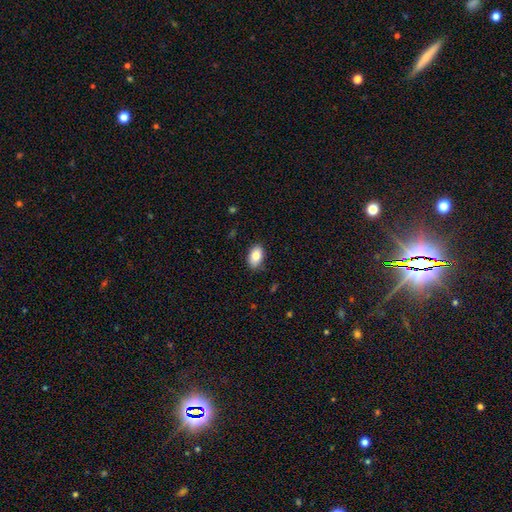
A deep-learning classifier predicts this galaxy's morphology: A smooth galaxy with no disk features (84%) that is in between round and cigar-shaped (91%). Merging: none (84%).